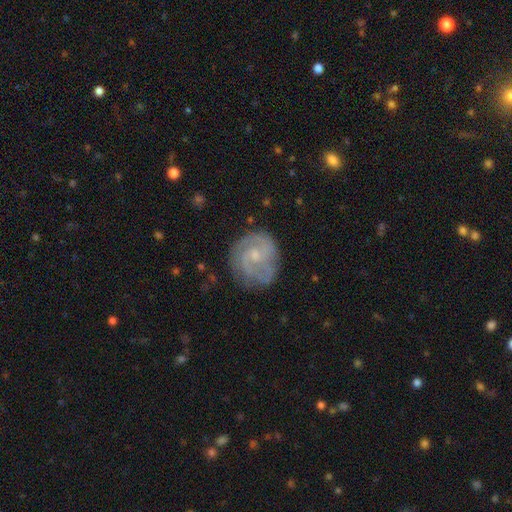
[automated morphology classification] Smooth or featured? featured or disk (79%)
Edge-on disk? no (98%)
Bar? no (61%)
Spiral arms? yes (94%)
Spiral winding? tight (44%)
Spiral arm count? 2 (55%)
Bulge size? small (66%)
Merging? none (74%)